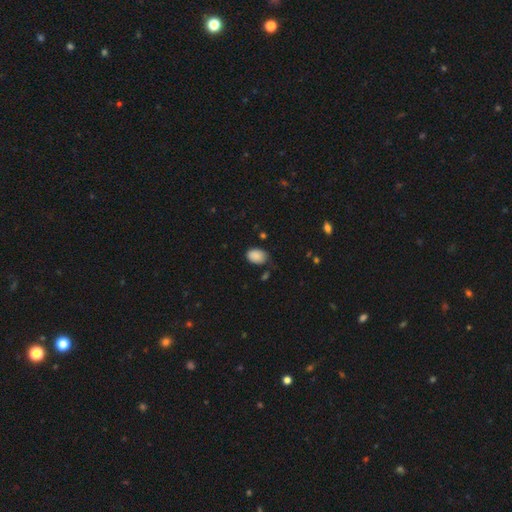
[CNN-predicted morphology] Smooth or featured? smooth (88%)
How rounded? in between (81%)
Merging? none (69%)